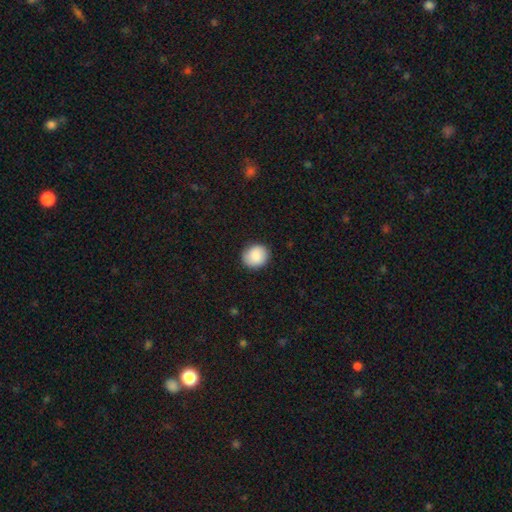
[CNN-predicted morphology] smooth 87%, star or artifact 7%, featured or disk 6%. Down the decision tree: how rounded — round (74%); merging — none (88%).